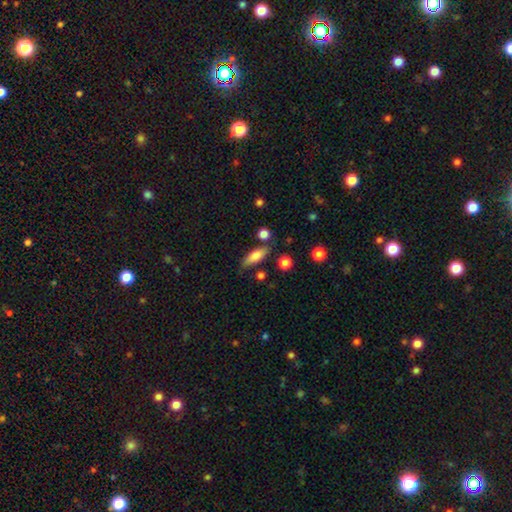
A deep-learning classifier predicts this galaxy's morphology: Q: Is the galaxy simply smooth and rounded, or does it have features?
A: smooth — 75%.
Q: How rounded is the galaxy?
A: in between — 57%.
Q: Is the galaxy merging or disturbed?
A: none — 76%.